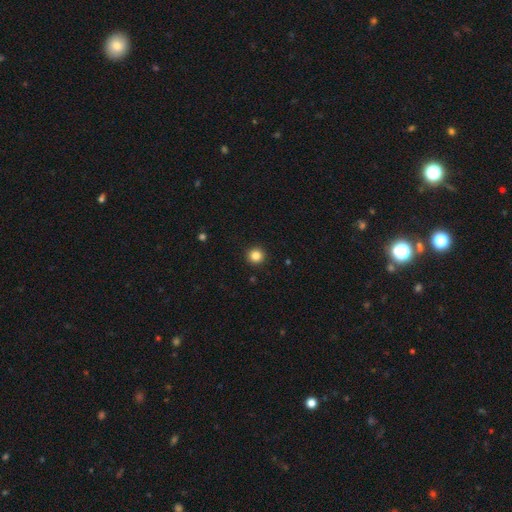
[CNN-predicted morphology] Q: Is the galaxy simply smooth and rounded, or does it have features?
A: smooth — 84%.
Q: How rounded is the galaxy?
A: round — 95%.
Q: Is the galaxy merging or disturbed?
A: none — 93%.